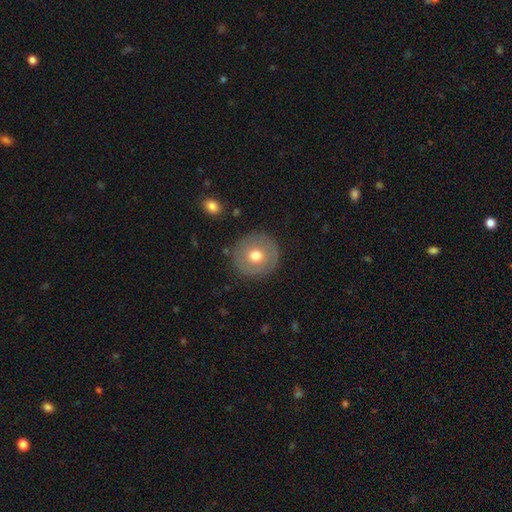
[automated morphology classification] Smooth or featured: smooth — 65% (featured or disk — 27%)
How rounded: round — 95% (in between — 4%)
Merging: none — 88% (minor disturbance — 8%)